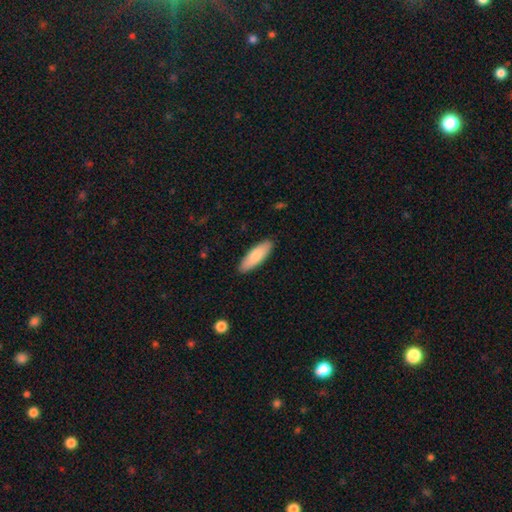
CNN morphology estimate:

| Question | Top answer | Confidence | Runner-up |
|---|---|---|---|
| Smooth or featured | smooth | 80% | featured or disk (15%) |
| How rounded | in between | 55% | cigar-shaped (43%) |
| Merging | none | 90% | minor disturbance (8%) |